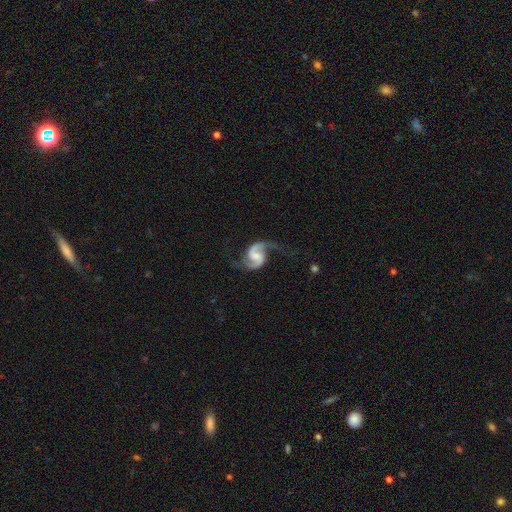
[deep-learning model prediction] The model was most divided on "spiral winding": loose: 46%, medium: 45%, tight: 9%. Remaining: edge-on disk — no (98%); spiral arms — yes (98%); spiral arm count — 2 (94%); smooth or featured — featured or disk (92%); merging — none (68%); bar — weak (47%); bulge size — moderate (39%).